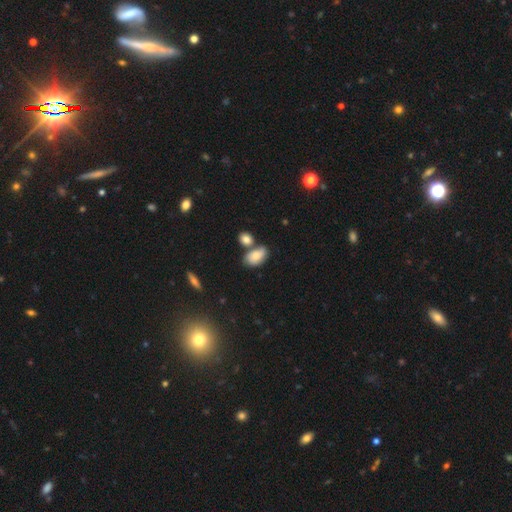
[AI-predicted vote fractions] Smooth or featured?
  - smooth: 72% *
  - featured or disk: 19%
  - star or artifact: 9%
How rounded?
  - in between: 87% *
  - round: 10%
  - cigar-shaped: 3%
Merging?
  - none: 46% *
  - merger: 31%
  - minor disturbance: 18%
  - major disturbance: 6%